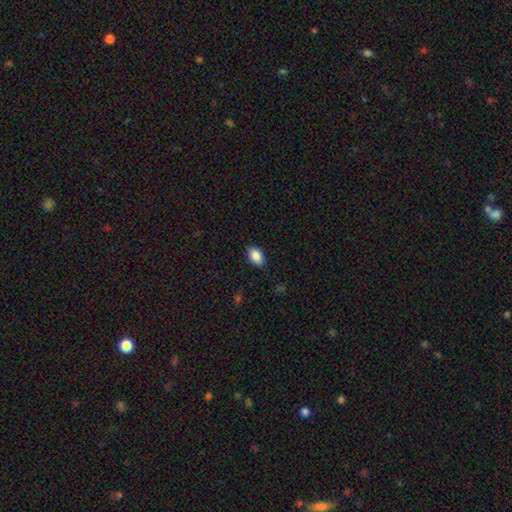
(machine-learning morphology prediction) A smooth galaxy with no disk features (86%) that is in between round and cigar-shaped (90%).

Vote fractions:
- Smooth or featured? smooth: 86% / star or artifact: 7% / featured or disk: 6%
- How rounded? in between: 90% / round: 8% / cigar-shaped: 2%
- Merging? none: 86% / minor disturbance: 11% / major disturbance: 2% / merger: 1%